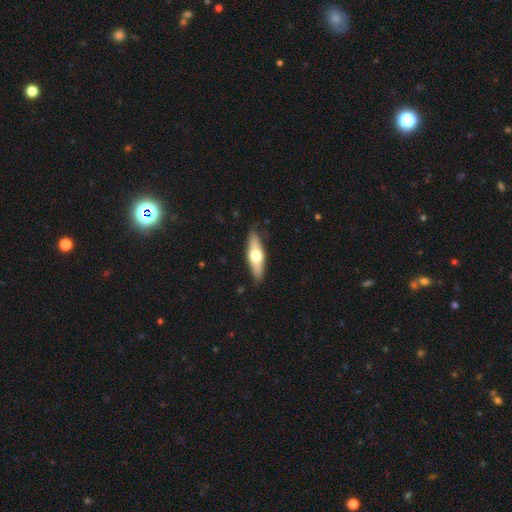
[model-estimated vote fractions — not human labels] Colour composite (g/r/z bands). It shows a smooth galaxy with no disk features (51%) that is cigar-shaped (56%). Merging: none (87%).